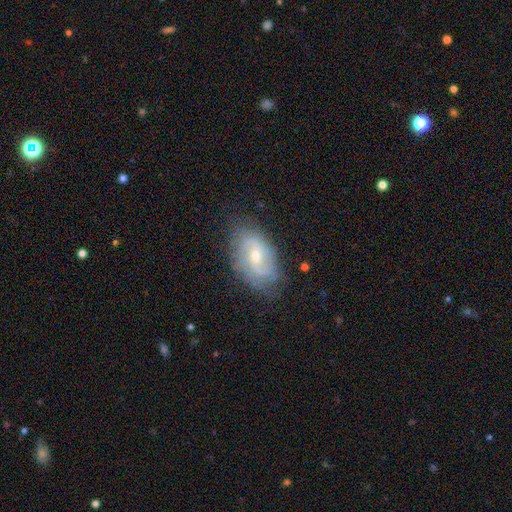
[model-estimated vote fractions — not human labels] Smooth or featured? featured or disk (77%)
Edge-on disk? no (95%)
Bar? weak (49%)
Spiral arms? yes (92%)
Spiral winding? medium (41%)
Spiral arm count? 2 (55%)
Bulge size? small (55%)
Merging? none (74%)